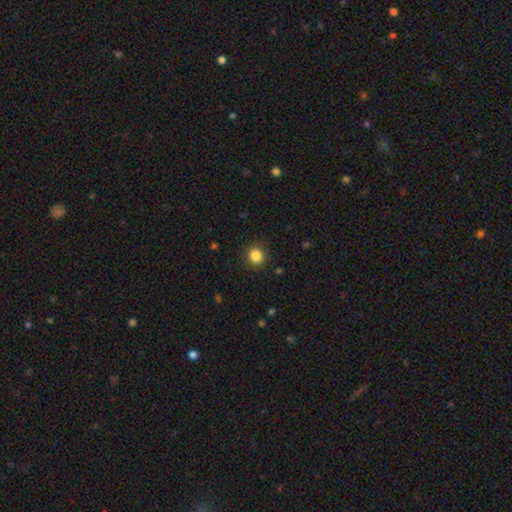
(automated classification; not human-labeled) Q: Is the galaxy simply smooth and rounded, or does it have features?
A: smooth — 85%.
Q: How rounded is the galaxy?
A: round — 80%.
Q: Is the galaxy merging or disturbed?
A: none — 89%.